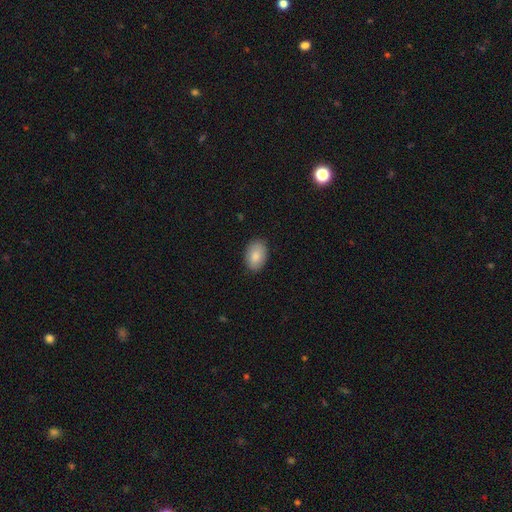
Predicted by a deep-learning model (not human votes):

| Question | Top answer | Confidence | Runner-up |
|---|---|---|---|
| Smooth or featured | smooth | 87% | featured or disk (7%) |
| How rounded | in between | 88% | round (11%) |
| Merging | none | 87% | minor disturbance (10%) |